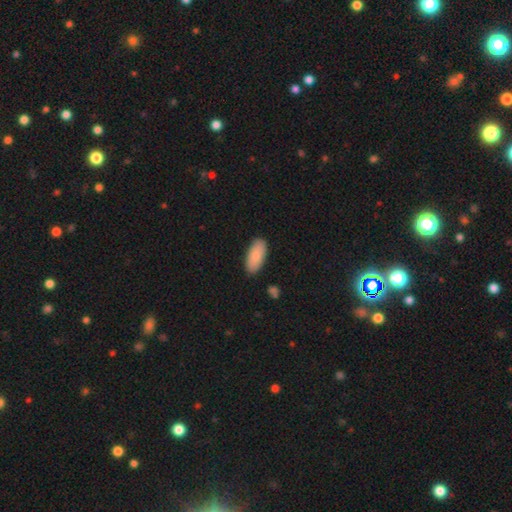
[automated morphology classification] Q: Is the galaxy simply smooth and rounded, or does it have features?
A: smooth — 86%.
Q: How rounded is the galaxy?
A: in between — 89%.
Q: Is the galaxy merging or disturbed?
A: none — 87%.